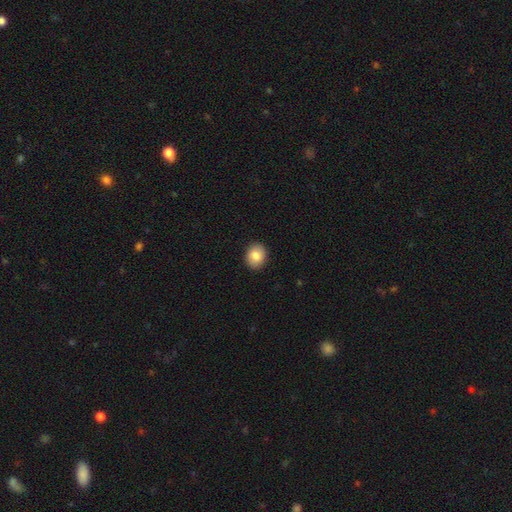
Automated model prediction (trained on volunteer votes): The model was most divided on "how rounded": round: 54%, in between: 45%, cigar-shaped: 1%. More confident: merging — none (90%); smooth or featured — smooth (84%).